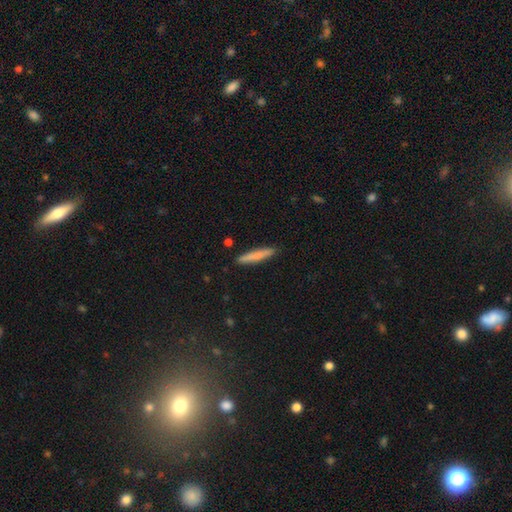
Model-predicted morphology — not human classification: smooth 76%, featured or disk 18%, star or artifact 6%. Down the decision tree: how rounded — cigar-shaped (93%); merging — none (89%).